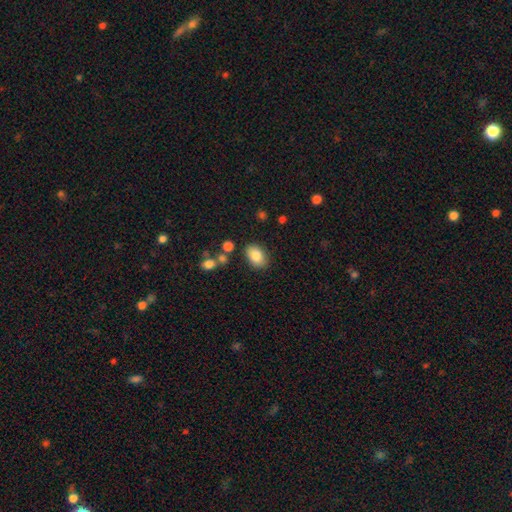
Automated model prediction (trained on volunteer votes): Smooth or featured: smooth — 84% (featured or disk — 8%)
How rounded: in between — 85% (round — 13%)
Merging: none — 81% (minor disturbance — 12%)